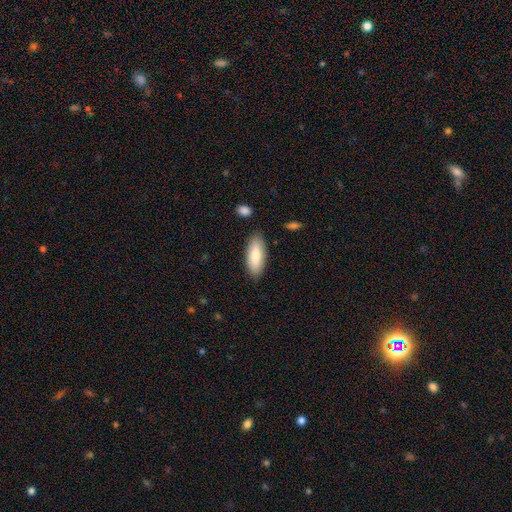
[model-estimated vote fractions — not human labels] This is likely a smooth galaxy (75%). How rounded: likely in between (75%). Merging: clearly none (85%).